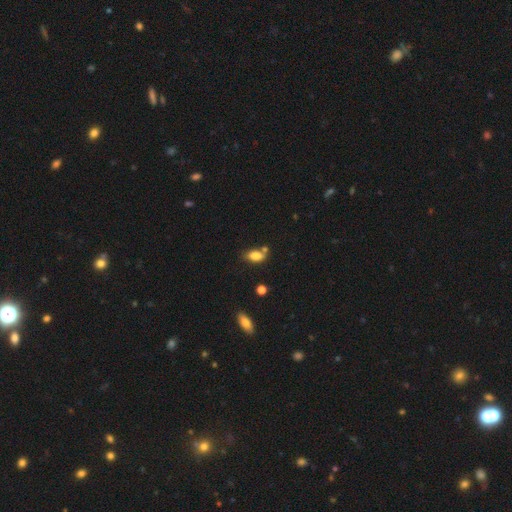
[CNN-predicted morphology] Smooth or featured? smooth (83%)
How rounded? in between (88%)
Merging? none (55%)